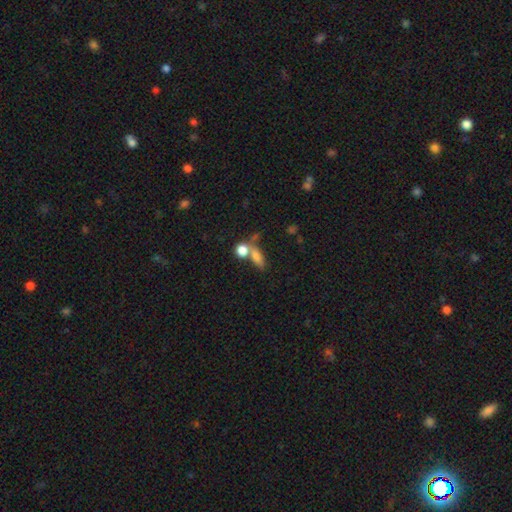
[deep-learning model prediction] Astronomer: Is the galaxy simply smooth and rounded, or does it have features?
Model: smooth — 75%.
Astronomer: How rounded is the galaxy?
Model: in between — 57%.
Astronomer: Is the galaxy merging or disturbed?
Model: none — 42% (runner-up: merger, 38%).